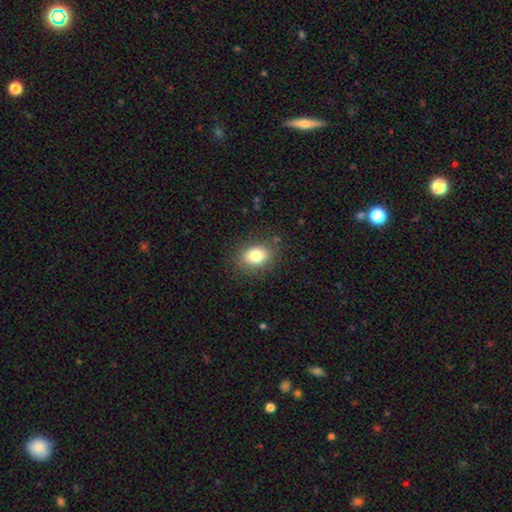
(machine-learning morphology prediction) Smooth or featured: smooth — 80% (featured or disk — 10%)
How rounded: in between — 63% (round — 36%)
Merging: none — 82% (minor disturbance — 12%)